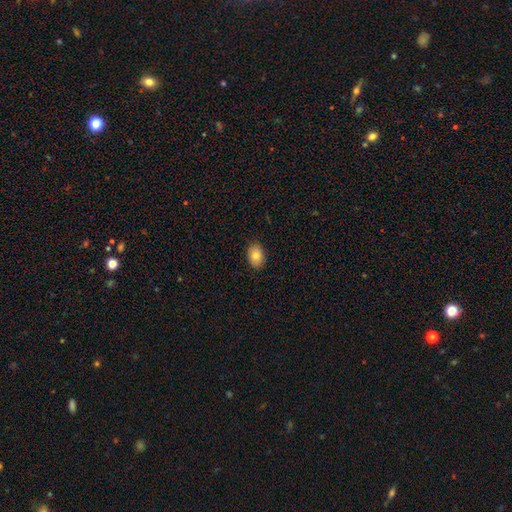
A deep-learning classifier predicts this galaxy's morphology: Q: Smooth or featured?
A: smooth (81%); runner-up: featured or disk (10%)
Q: How rounded?
A: in between (78%); runner-up: round (21%)
Q: Merging?
A: none (89%); runner-up: minor disturbance (8%)